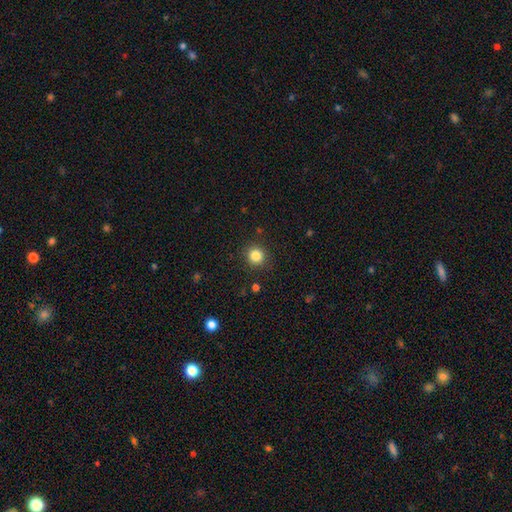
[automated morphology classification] smooth_or_featured: smooth (p=0.84) [alt: star or artifact p=0.11]
how_rounded: round (p=0.92) [alt: in between p=0.07]
merging: none (p=0.90) [alt: minor disturbance p=0.07]